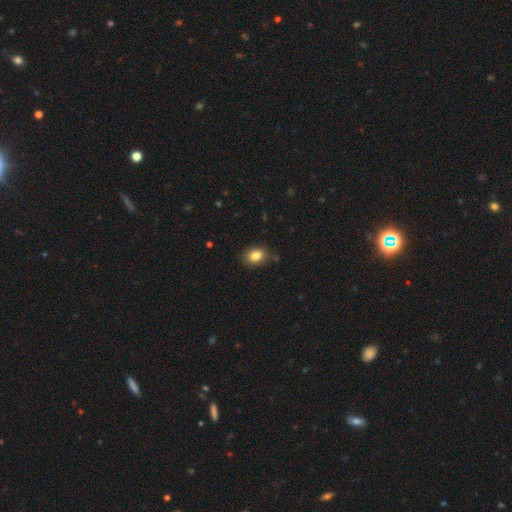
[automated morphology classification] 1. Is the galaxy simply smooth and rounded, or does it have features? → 85% smooth, 9% star or artifact, 6% featured or disk.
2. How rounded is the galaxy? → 67% in between, 31% round, 1% cigar-shaped.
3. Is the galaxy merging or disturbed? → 82% none, 13% minor disturbance, 3% major disturbance, 2% merger.